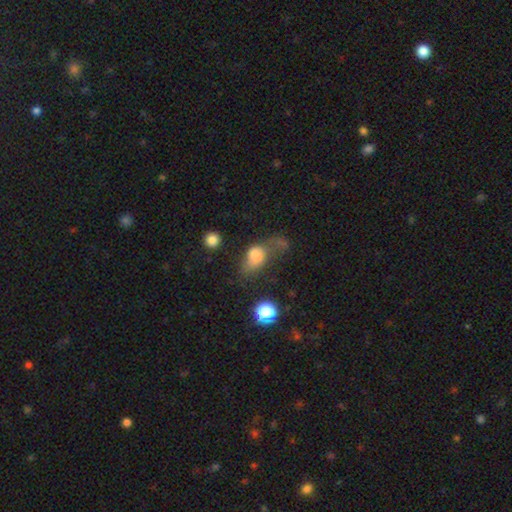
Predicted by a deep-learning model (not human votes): Smooth or featured? smooth (62%)
How rounded? in between (78%)
Merging? major disturbance (43%)